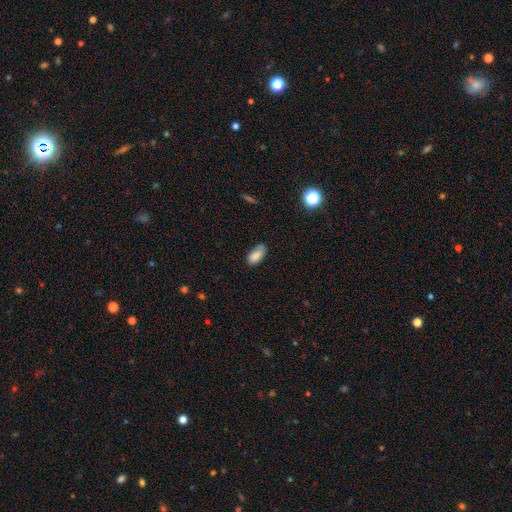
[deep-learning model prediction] smooth-or-featured: smooth: 83% | featured or disk: 9% | star or artifact: 8%
  how-rounded: in between: 91% | cigar-shaped: 5% | round: 3%
  merging: none: 65% | minor disturbance: 26% | major disturbance: 5% | merger: 4%